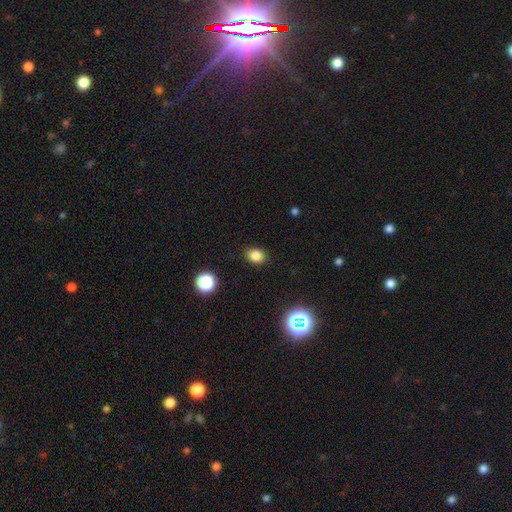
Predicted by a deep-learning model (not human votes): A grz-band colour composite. It shows a smooth galaxy with no disk features (83%) that is in between round and cigar-shaped (58%). Merging: none (88%).